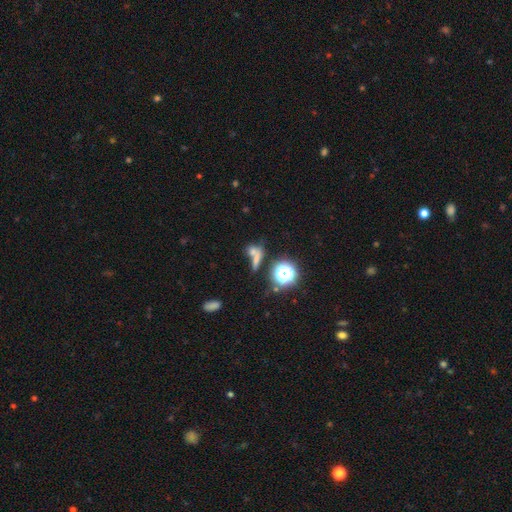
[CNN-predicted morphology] Smooth or featured? smooth (57%)
How rounded? round (46%)
Merging? merger (41%)